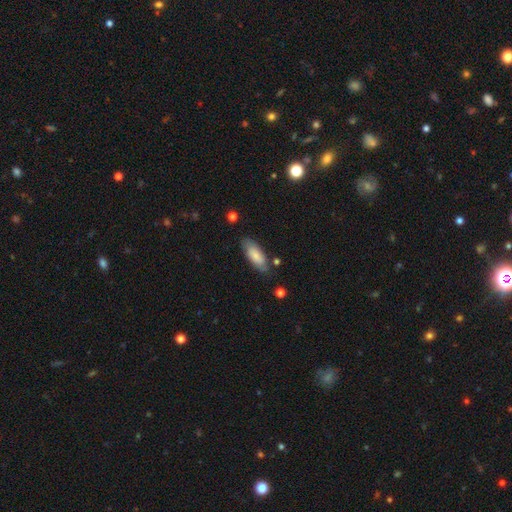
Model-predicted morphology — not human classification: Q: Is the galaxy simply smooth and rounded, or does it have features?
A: smooth — 72%.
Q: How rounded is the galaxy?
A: in between — 76%.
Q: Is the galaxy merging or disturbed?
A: none — 75%.